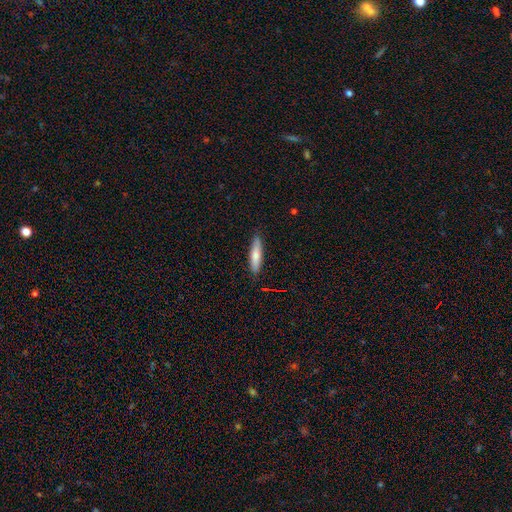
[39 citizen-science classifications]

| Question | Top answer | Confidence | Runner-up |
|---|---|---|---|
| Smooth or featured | smooth | 79% | featured or disk (21%) |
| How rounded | cigar-shaped | 90% | in between (6%) |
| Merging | none | 90% | minor disturbance (8%) |